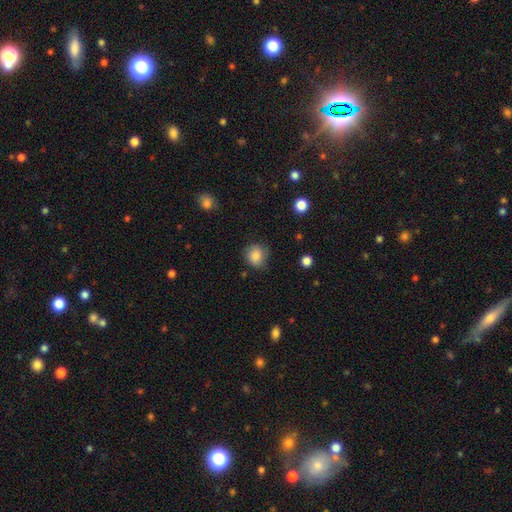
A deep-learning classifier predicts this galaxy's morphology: A smooth galaxy with no disk features (84%) that is round (76%).

Vote fractions:
- Smooth or featured? smooth: 84% / star or artifact: 9% / featured or disk: 7%
- How rounded? round: 76% / in between: 23% / cigar-shaped: 1%
- Merging? none: 72% / minor disturbance: 21% / major disturbance: 6% / merger: 2%